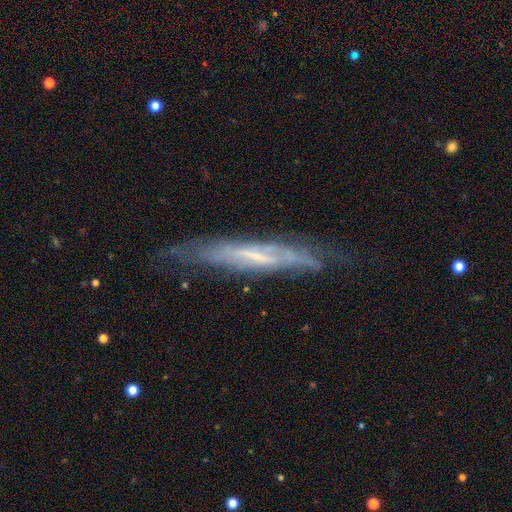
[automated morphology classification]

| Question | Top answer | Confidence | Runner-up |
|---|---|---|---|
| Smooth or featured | featured or disk | 69% | smooth (23%) |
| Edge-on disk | yes | 71% | no (29%) |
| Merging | none | 69% | minor disturbance (21%) |